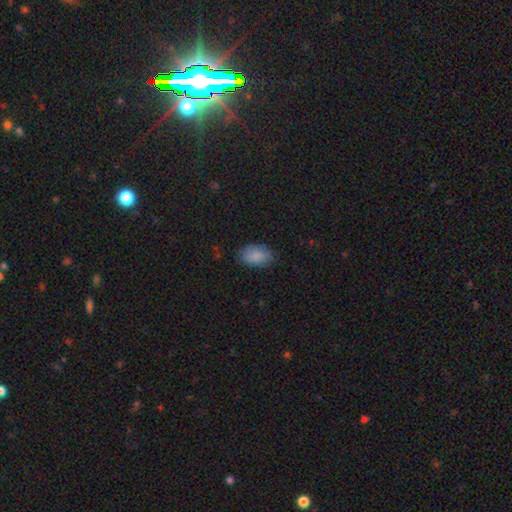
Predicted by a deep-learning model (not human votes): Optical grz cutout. It shows a smooth galaxy with no disk features (87%) that is in between round and cigar-shaped (90%). Merging: none (80%).